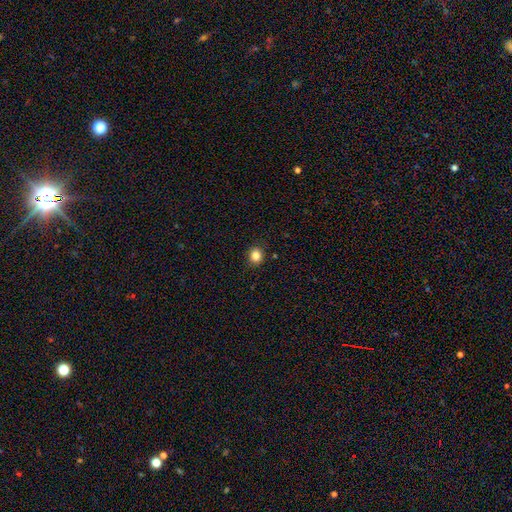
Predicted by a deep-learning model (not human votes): Smooth or featured? Predicted: smooth (p=0.84). How rounded? Predicted: round (p=0.75). Merging? Predicted: none (p=0.89).